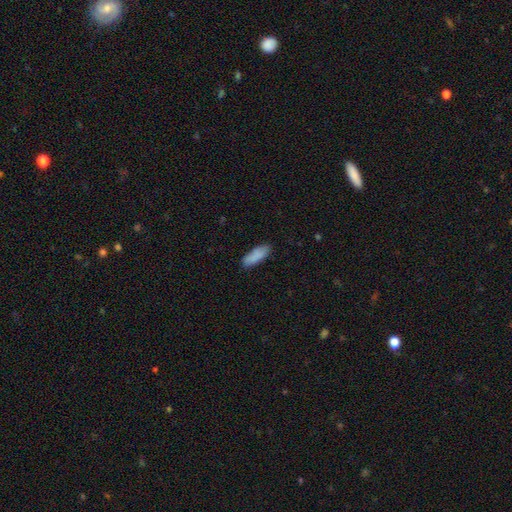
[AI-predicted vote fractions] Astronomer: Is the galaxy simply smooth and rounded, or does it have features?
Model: smooth — 88%.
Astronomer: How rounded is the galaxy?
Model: in between — 64%.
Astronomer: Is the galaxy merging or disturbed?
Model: none — 83%.